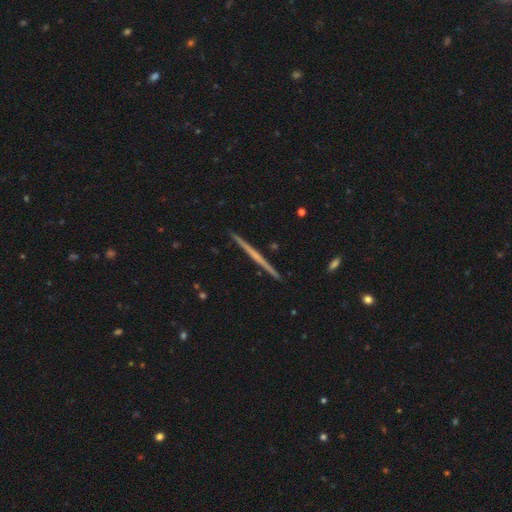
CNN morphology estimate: This appears to be a featured or disk galaxy (66%) viewed edge-on (98%) with no central bulge (81%). Merging: none (93%).